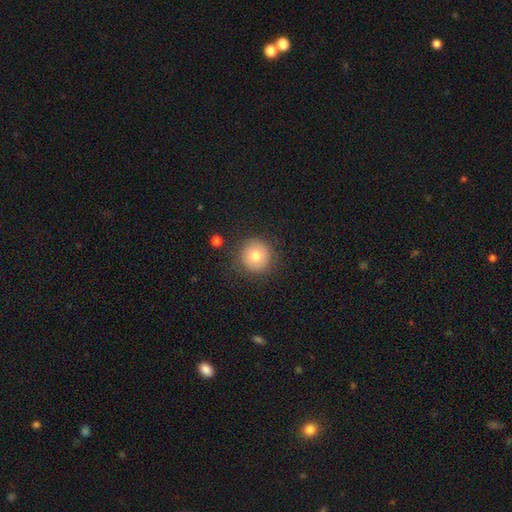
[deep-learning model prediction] Smooth or featured?
  - smooth: 74% *
  - featured or disk: 16%
  - star or artifact: 10%
How rounded?
  - round: 94% *
  - in between: 5%
  - cigar-shaped: 1%
Merging?
  - none: 85% *
  - minor disturbance: 10%
  - major disturbance: 3%
  - merger: 2%